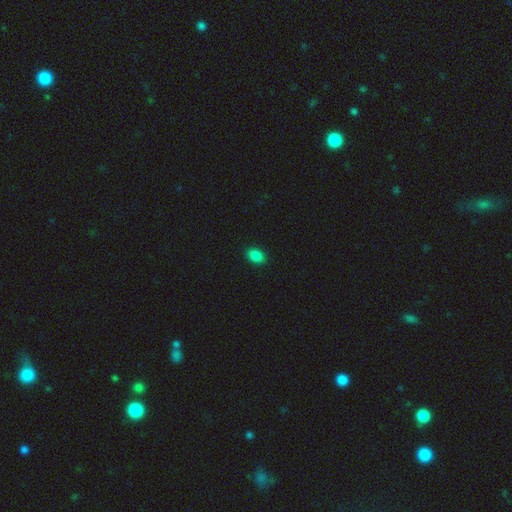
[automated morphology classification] A smooth galaxy with no disk features (87%) that is in between round and cigar-shaped (81%). Merging: none (91%).